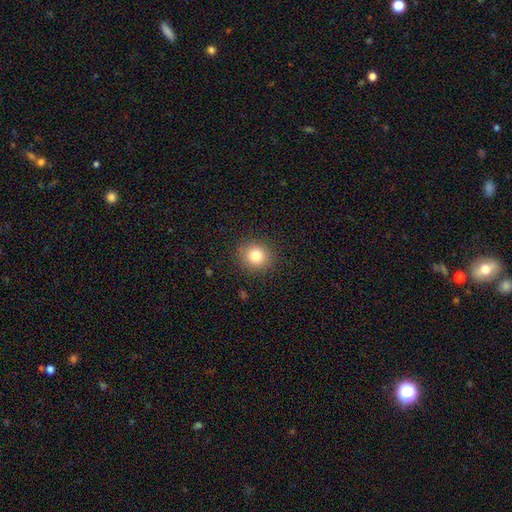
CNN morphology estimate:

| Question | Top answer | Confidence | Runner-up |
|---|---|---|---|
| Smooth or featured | smooth | 81% | star or artifact (11%) |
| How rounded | round | 85% | in between (14%) |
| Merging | none | 89% | minor disturbance (7%) |